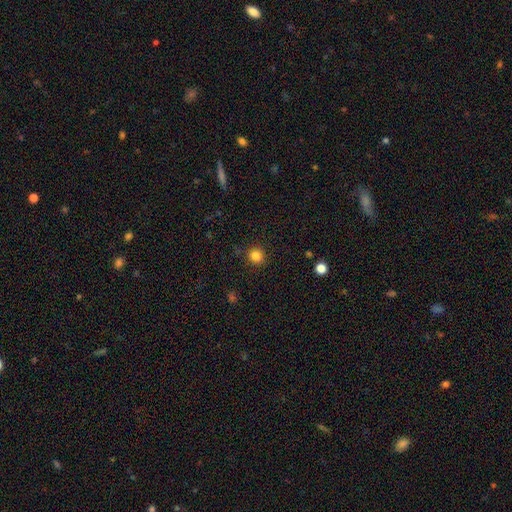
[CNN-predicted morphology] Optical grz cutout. It shows a smooth galaxy with no disk features (84%) that is round (92%). Merging: none (89%).